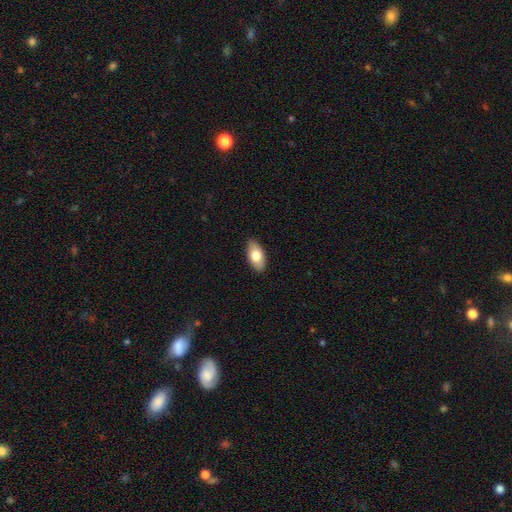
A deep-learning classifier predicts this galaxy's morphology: Q: Smooth or featured?
A: smooth (76%); runner-up: featured or disk (18%)
Q: How rounded?
A: in between (93%); runner-up: cigar-shaped (4%)
Q: Merging?
A: none (89%); runner-up: minor disturbance (9%)